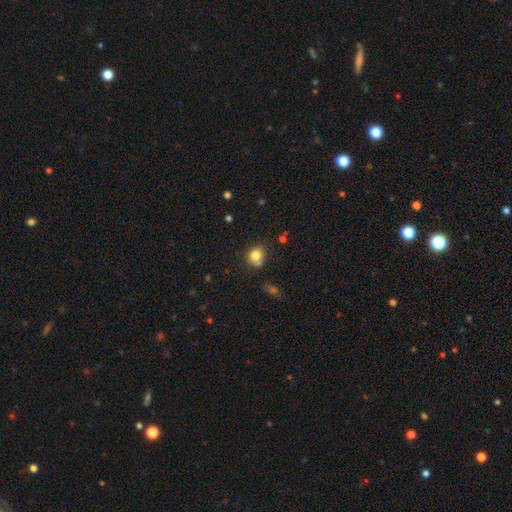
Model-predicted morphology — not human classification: Overall: smooth (80%). How rounded: round (69%; in between 30%). Merging: none (61%).